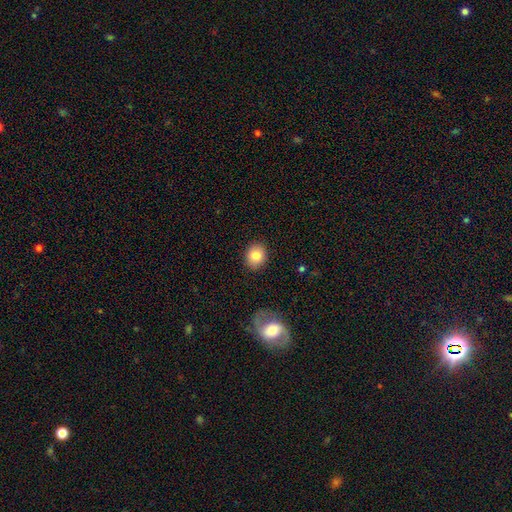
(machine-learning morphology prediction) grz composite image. It shows a smooth galaxy with no disk features (84%) that is round (71%). Merging: none (89%).